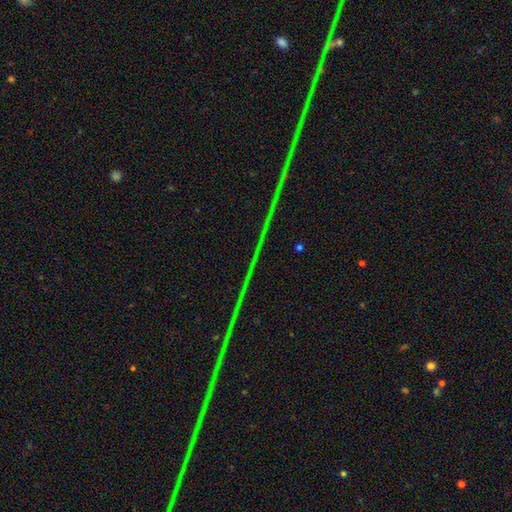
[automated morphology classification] Smooth or featured? star or artifact (87%)